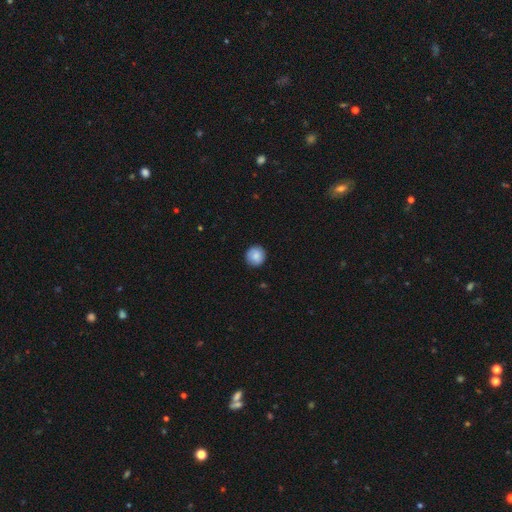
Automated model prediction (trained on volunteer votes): smooth 86%, star or artifact 8%, featured or disk 7%. Down the decision tree: how rounded — round (94%); merging — none (90%).